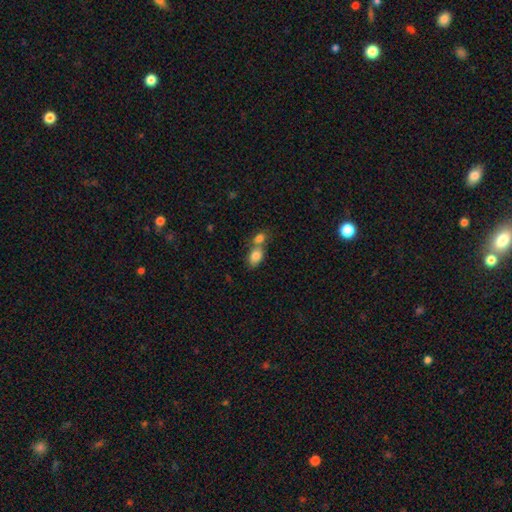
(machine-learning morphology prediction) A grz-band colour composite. It shows a smooth galaxy with no disk features (82%) that is in between round and cigar-shaped (80%). Merging: merger (56%).